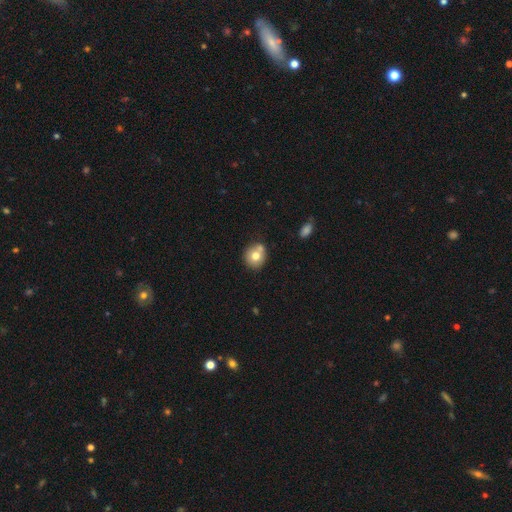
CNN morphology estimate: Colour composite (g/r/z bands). It shows a smooth galaxy with no disk features (73%) that is round (80%). Merging: none (59%).